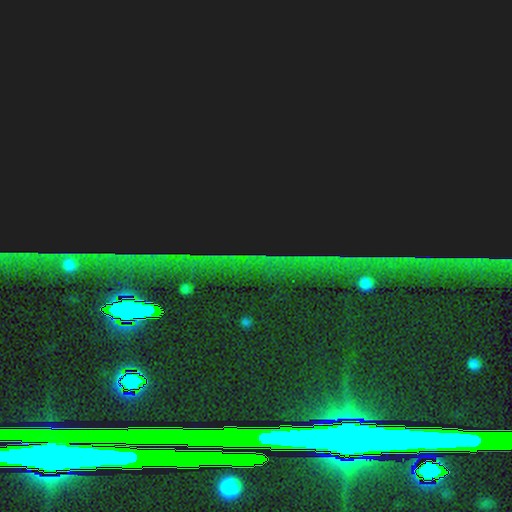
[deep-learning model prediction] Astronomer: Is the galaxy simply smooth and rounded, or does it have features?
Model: star or artifact — 84%.